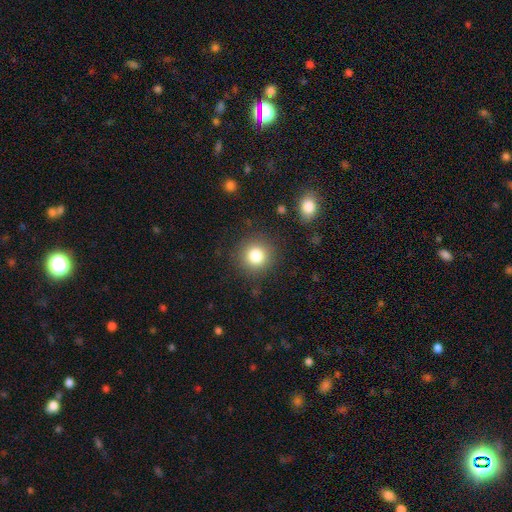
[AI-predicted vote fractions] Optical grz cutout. It shows a smooth galaxy with no disk features (81%) that is round (93%). Merging: none (88%).